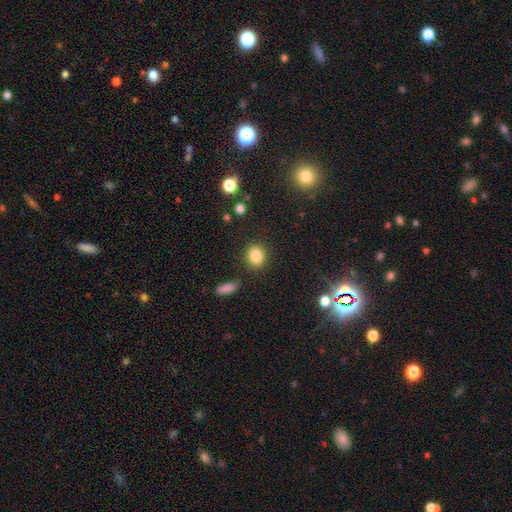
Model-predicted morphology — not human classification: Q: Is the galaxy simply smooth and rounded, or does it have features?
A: smooth — 85%.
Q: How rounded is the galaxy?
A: round — 61%.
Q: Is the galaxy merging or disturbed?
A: none — 84%.